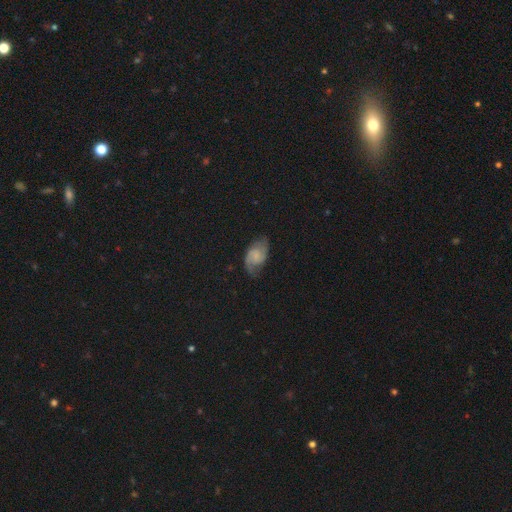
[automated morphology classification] This appears to be a featured or disk galaxy (73%) with no bar (51%), 2 (88%) medium (48%) spiral arms (95%) and no central bulge (44%). Merging: none (71%).